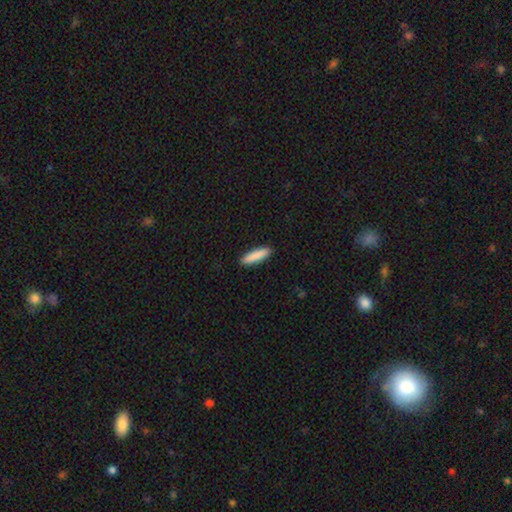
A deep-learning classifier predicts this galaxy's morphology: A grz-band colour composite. It shows a smooth galaxy with no disk features (88%) that is cigar-shaped (77%). Merging: none (92%).